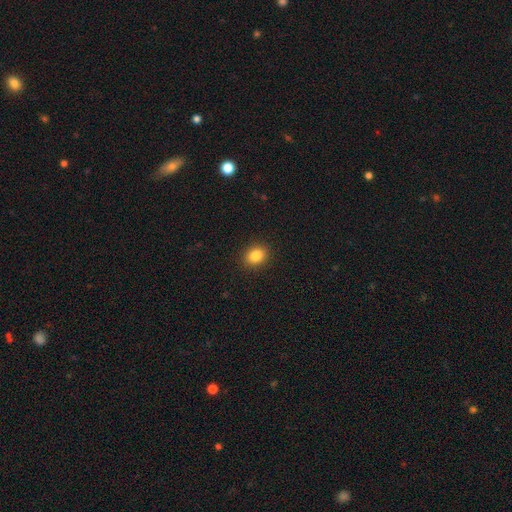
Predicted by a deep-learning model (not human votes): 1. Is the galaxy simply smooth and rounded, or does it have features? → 85% smooth, 10% star or artifact, 5% featured or disk.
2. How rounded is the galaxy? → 51% in between, 48% round, 1% cigar-shaped.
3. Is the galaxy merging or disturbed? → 90% none, 7% minor disturbance, 2% major disturbance, 1% merger.